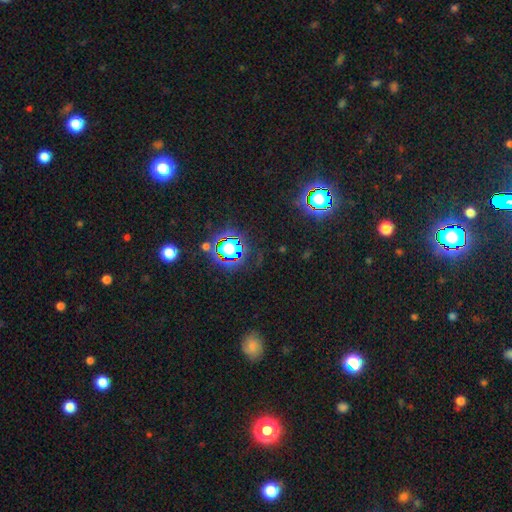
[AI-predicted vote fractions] Smooth or featured?
  - star or artifact: 78% *
  - smooth: 14%
  - featured or disk: 7%